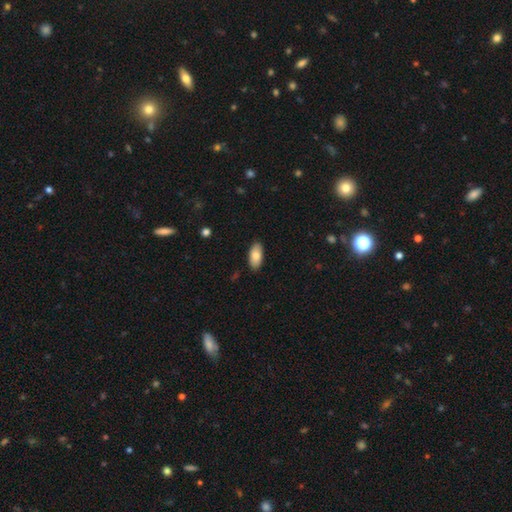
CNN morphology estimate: Smooth or featured? smooth (84%)
How rounded? in between (91%)
Merging? none (88%)